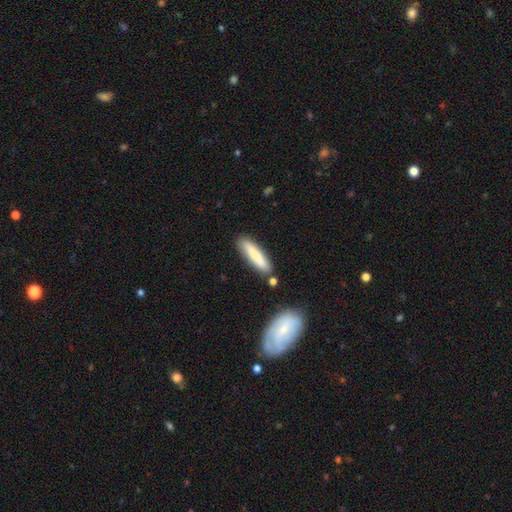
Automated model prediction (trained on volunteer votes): This is likely a smooth galaxy (78%). How rounded: clearly cigar-shaped (83%). Merging: clearly none (81%).